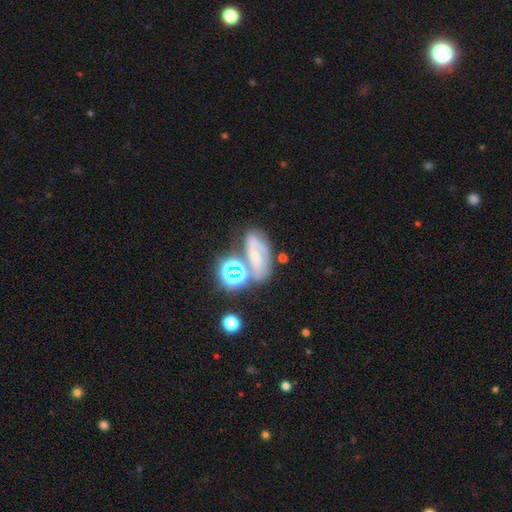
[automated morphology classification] This is possibly a featured or disk galaxy (55%). It is clearly not viewed edge-on (94%). Bar: marginally no (37%). Spiral arm pattern: clearly yes (84%). Central bulge: possibly small (56%). Merging: possibly none (54%).